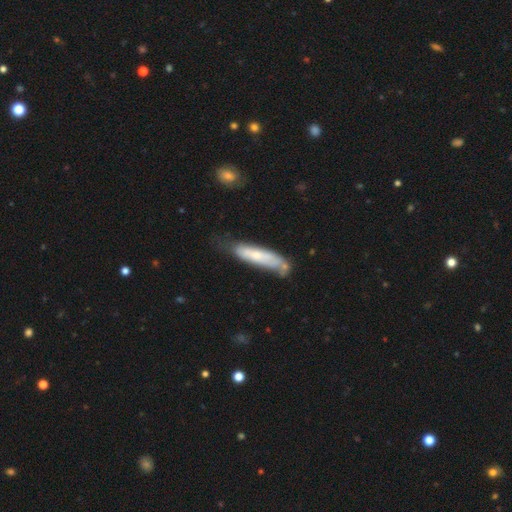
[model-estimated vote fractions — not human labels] smooth-or-featured: smooth: 54% | featured or disk: 40% | star or artifact: 6%
  how-rounded: cigar-shaped: 76% | in between: 23% | round: 1%
  merging: none: 46% | minor disturbance: 32% | major disturbance: 14% | merger: 8%